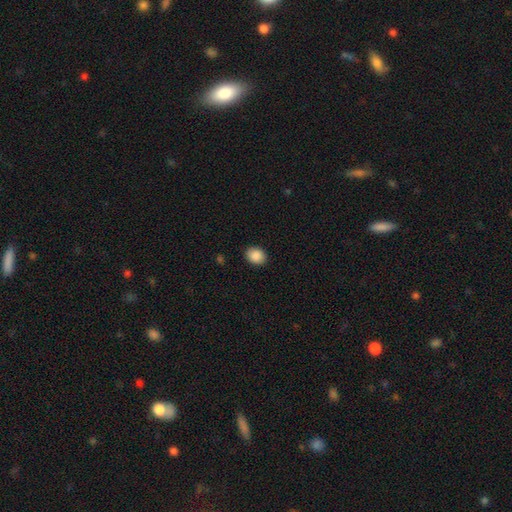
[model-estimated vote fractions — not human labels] Smooth or featured: smooth — 89% (star or artifact — 8%)
How rounded: in between — 54% (round — 45%)
Merging: none — 90% (minor disturbance — 7%)